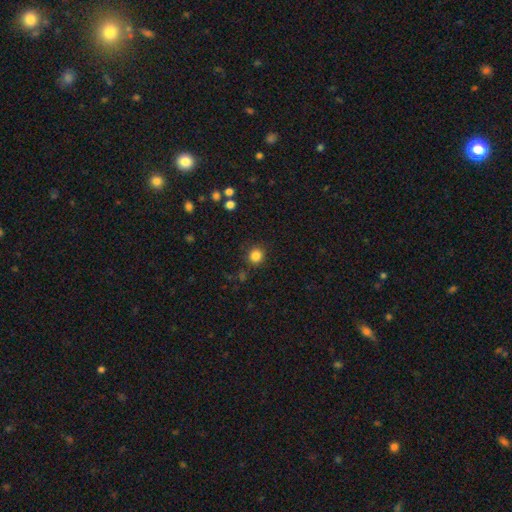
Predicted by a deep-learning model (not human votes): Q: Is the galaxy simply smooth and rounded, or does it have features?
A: smooth — 84%.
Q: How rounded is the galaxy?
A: round — 91%.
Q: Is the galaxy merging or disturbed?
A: none — 88%.